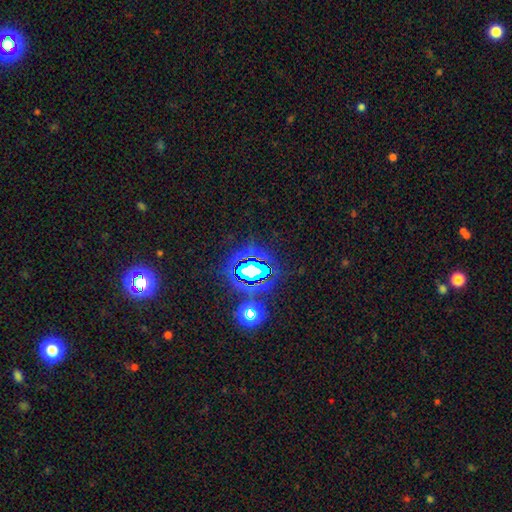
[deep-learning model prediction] Smooth or featured: star or artifact — 79% (smooth — 14%)